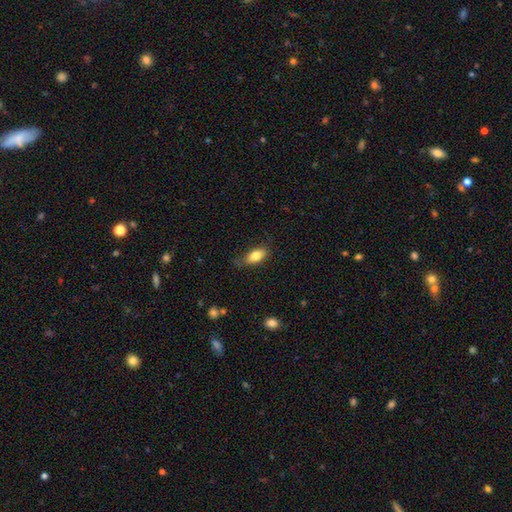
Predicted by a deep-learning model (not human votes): This appears to be a smooth galaxy with no disk features (79%) that is in between round and cigar-shaped (85%). Merging: none (64%).